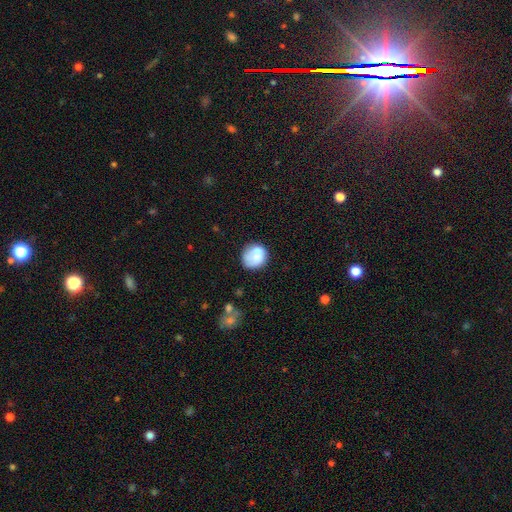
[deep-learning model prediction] smooth-or-featured: smooth: 75% | featured or disk: 17% | star or artifact: 7%
  how-rounded: round: 78% | in between: 21% | cigar-shaped: 1%
  merging: none: 66% | minor disturbance: 21% | merger: 8% | major disturbance: 6%